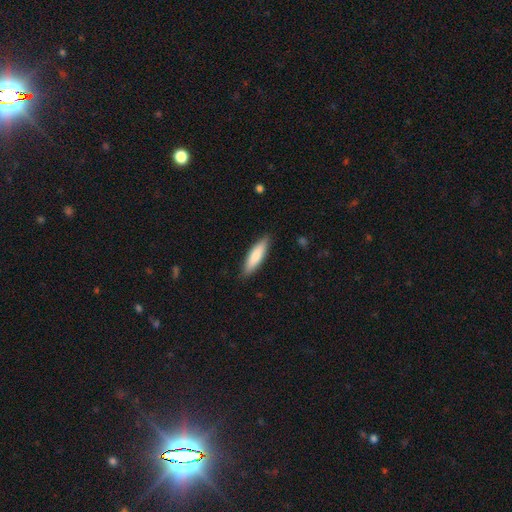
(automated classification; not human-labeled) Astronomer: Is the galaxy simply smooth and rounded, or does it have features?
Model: smooth — 78%.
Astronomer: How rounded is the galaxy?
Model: cigar-shaped — 61% (runner-up: in between, 37%).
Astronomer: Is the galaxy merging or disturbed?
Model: none — 87%.